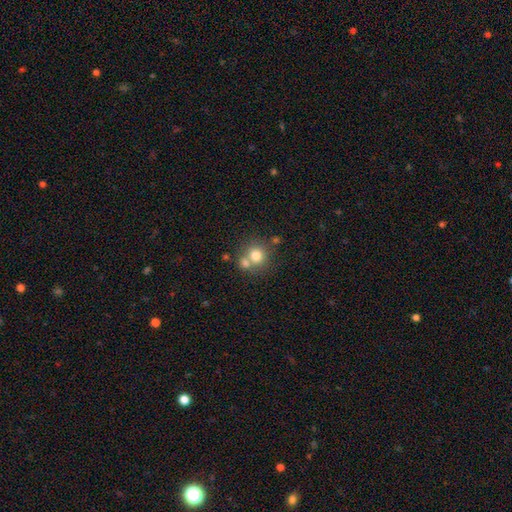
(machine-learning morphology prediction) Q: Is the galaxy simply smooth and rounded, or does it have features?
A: smooth — 75%.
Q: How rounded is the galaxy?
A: round — 85%.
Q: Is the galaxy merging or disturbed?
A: none — 53%.